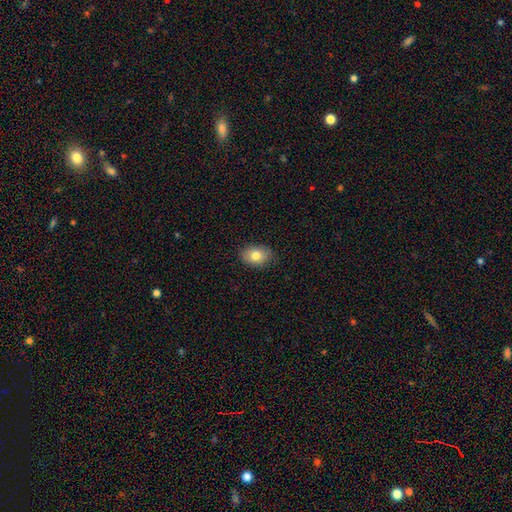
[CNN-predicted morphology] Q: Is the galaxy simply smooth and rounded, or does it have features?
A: smooth — 79%.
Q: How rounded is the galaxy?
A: in between — 74%.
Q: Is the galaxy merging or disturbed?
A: none — 87%.